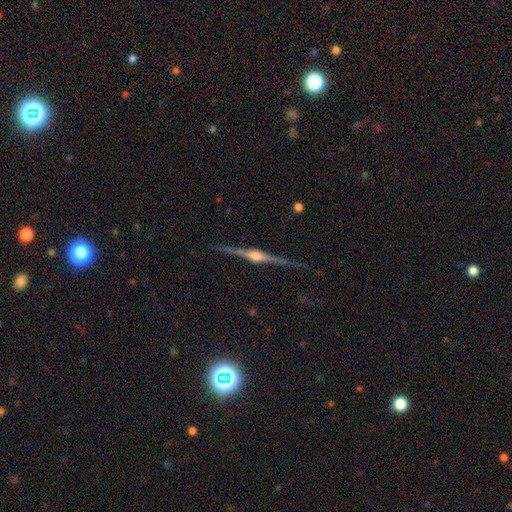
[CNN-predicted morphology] Q: Smooth or featured?
A: featured or disk (88%); runner-up: smooth (7%)
Q: Edge-on disk?
A: yes (99%); runner-up: no (1%)
Q: Edge-on bulge?
A: rounded (90%); runner-up: boxy (7%)
Q: Merging?
A: none (89%); runner-up: minor disturbance (8%)